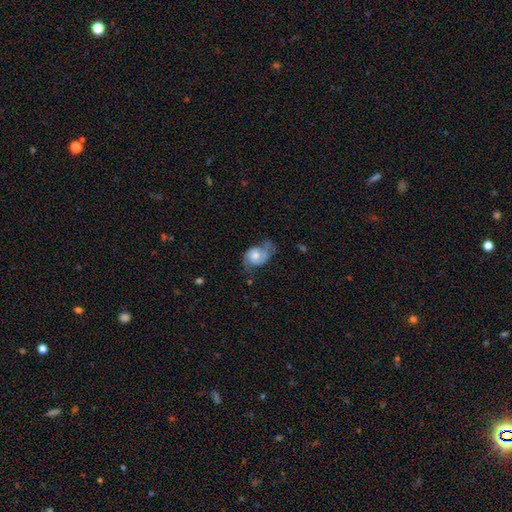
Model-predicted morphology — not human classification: smooth-or-featured: featured or disk: 57% | smooth: 35% | star or artifact: 7%
  disk-edge-on: no: 96% | yes: 4%
    bar: no: 74% | weak: 22% | strong: 4%
    has-spiral-arms: yes: 84% | no: 16%
    bulge-size: moderate: 50% | small: 27% | large: 15% | none: 5% | dominant: 3%
  merging: none: 38% | minor disturbance: 31% | major disturbance: 28% | merger: 3%